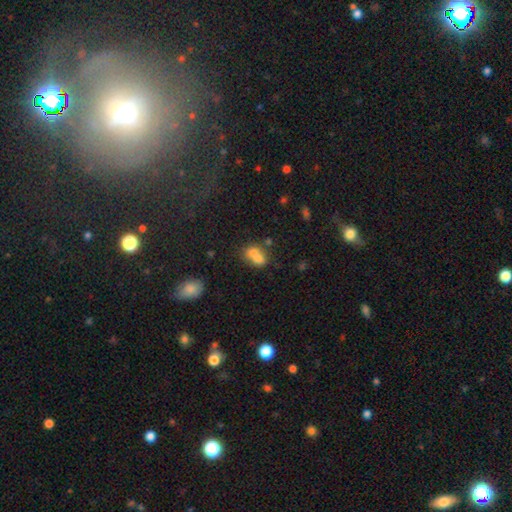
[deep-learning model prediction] Morphology: type=smooth (67%); roundness=round (50%); merging=merger (70%).